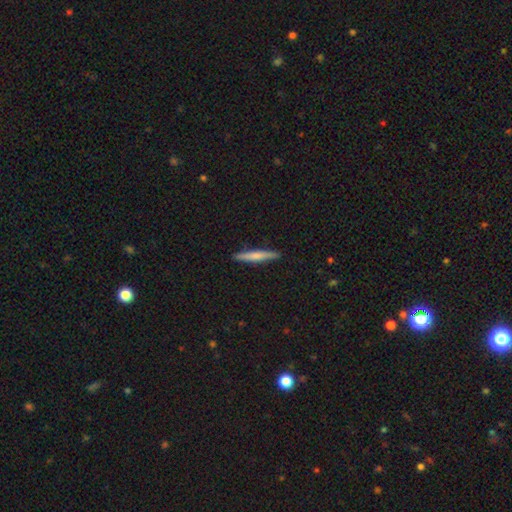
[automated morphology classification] Smooth or featured?
  - smooth: 61% *
  - featured or disk: 34%
  - star or artifact: 5%
How rounded?
  - cigar-shaped: 94% *
  - in between: 4%
  - round: 1%
Merging?
  - none: 91% *
  - minor disturbance: 7%
  - major disturbance: 1%
  - merger: 1%